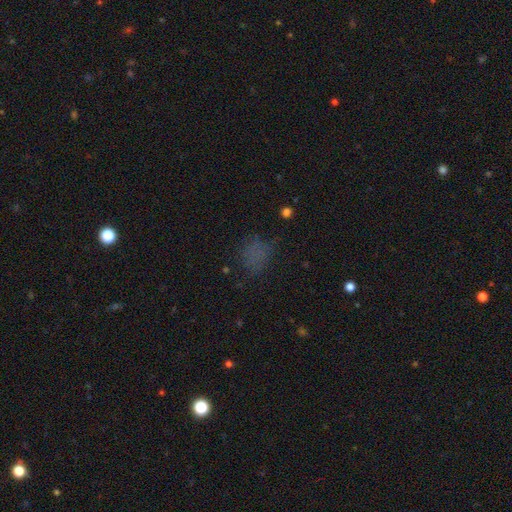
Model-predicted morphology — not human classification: smooth 61%, star or artifact 27%, featured or disk 12%. Down the decision tree: how rounded — round (52%); merging — none (64%).